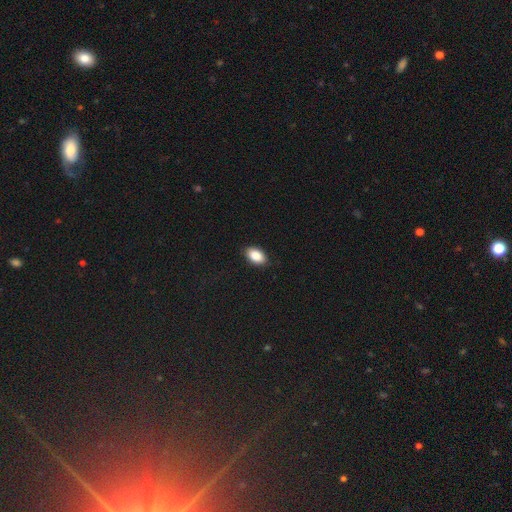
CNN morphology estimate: A smooth galaxy with no disk features (87%) that is in between round and cigar-shaped (93%). Merging: none (88%).